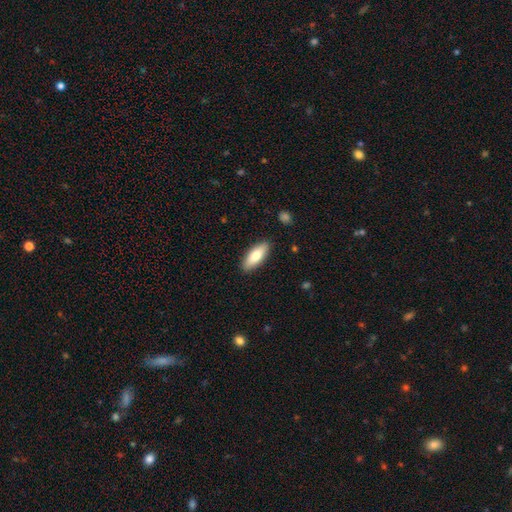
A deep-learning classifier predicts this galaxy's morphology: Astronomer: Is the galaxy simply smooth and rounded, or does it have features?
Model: smooth — 75%.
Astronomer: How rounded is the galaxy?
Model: in between — 69%.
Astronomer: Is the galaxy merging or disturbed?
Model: none — 88%.